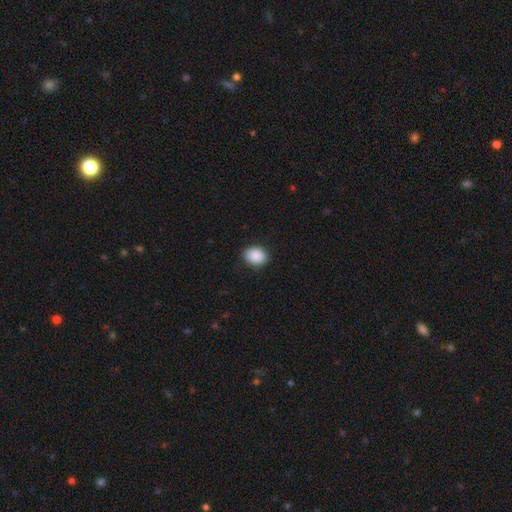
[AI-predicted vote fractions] A smooth galaxy with no disk features (90%) that is in between round and cigar-shaped (61%). Merging: none (87%).